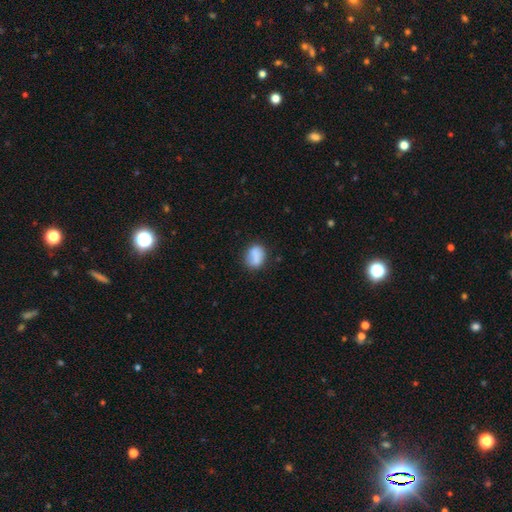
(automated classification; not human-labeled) smooth_or_featured: smooth (p=0.82) [alt: featured or disk p=0.10]
how_rounded: in between (p=0.60) [alt: round p=0.39]
merging: none (p=0.69) [alt: minor disturbance p=0.20]